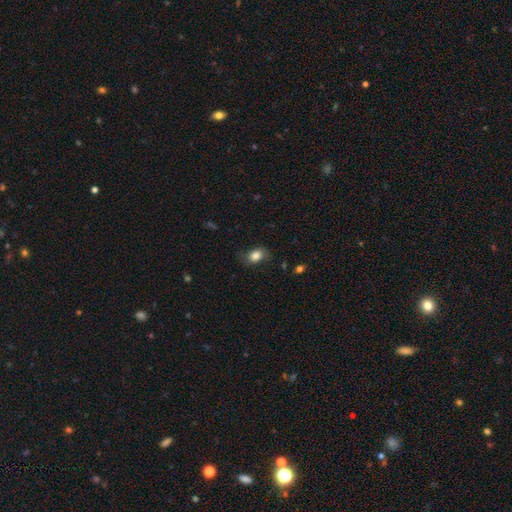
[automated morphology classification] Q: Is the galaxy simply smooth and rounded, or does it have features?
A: smooth — 82%.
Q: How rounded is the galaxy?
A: in between — 68%.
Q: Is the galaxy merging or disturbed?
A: none — 70%.